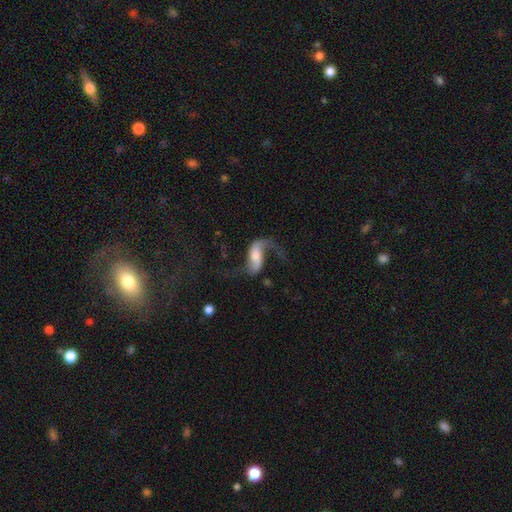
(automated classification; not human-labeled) Smooth or featured? Predicted: featured or disk (p=0.75). Edge-on disk? Predicted: no (p=0.93). Bar? Predicted: no (p=0.37). Spiral arms? Predicted: yes (p=0.92). Spiral winding? Predicted: loose (p=0.87). Spiral arm count? Predicted: 2 (p=0.82). Bulge size? Predicted: moderate (p=0.34). Merging? Predicted: none (p=0.49).